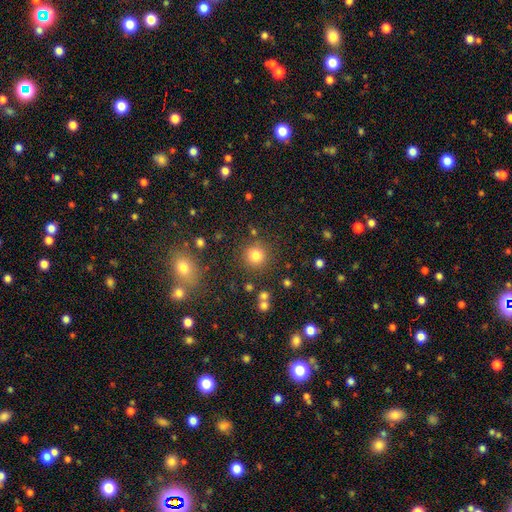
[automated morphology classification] Smooth or featured? smooth (80%)
How rounded? round (93%)
Merging? none (86%)